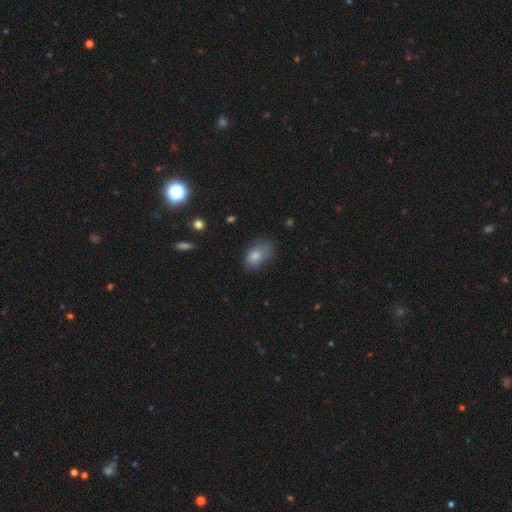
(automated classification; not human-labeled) The model was most divided on "merging": none: 58%, minor disturbance: 30%, major disturbance: 10%, merger: 2%. More confident: how rounded — in between (87%); smooth or featured — smooth (82%).